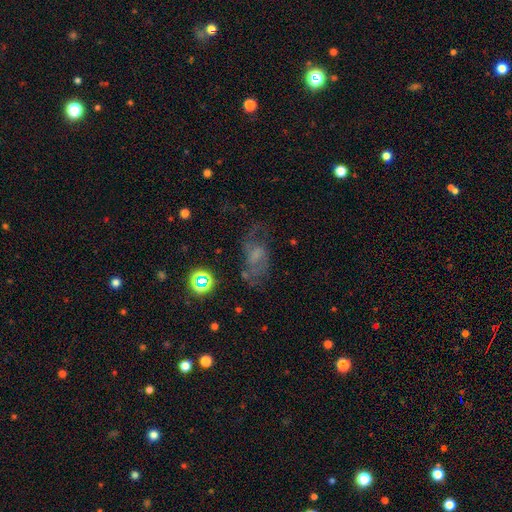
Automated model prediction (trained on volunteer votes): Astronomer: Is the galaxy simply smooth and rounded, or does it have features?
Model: featured or disk — 52% (runner-up: smooth, 29%).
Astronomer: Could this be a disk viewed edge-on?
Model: no — 94%.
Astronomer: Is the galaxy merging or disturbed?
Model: none — 52%.